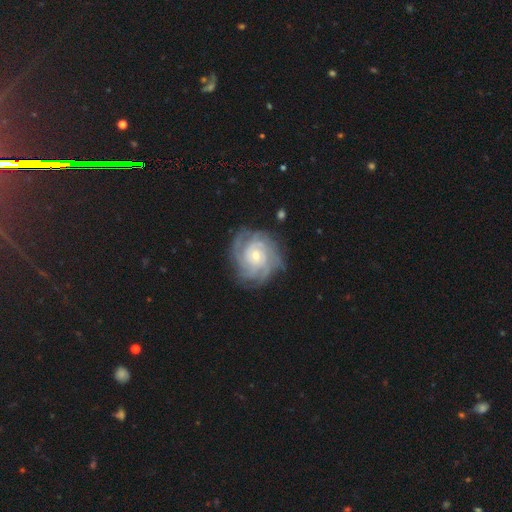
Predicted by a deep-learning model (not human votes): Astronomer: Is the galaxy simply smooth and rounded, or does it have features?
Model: featured or disk — 87%.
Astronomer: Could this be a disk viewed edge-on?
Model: no — 98%.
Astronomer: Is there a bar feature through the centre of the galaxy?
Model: no — 76%.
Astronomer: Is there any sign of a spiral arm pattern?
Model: yes — 97%.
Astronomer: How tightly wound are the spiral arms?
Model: tight — 73%.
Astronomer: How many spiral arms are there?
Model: can't tell — 28% (runner-up: 4, 26%).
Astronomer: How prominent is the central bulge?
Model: small — 61%.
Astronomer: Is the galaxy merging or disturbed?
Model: none — 78%.